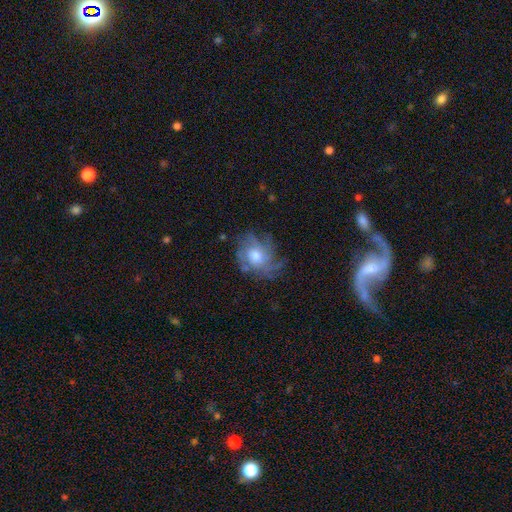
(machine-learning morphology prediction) type=featured or disk (67%); edge-on=no (97%); bar=no (79%); spiral arms=yes (81%); winding=tight (40%); arm count=can't tell (40%); bulge=moderate (66%); merging=none (61%).